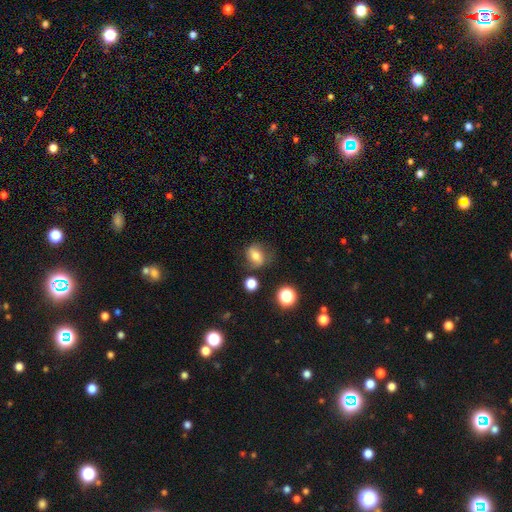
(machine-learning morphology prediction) smooth_or_featured: smooth (p=0.66) [alt: featured or disk p=0.21]
how_rounded: in between (p=0.53) [alt: round p=0.45]
merging: none (p=0.64) [alt: minor disturbance p=0.22]